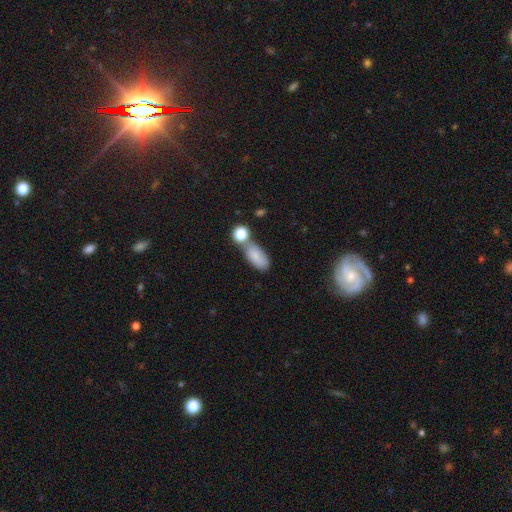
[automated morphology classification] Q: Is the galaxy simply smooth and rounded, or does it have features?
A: smooth — 81%.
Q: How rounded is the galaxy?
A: in between — 84%.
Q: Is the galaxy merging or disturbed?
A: none — 47%.